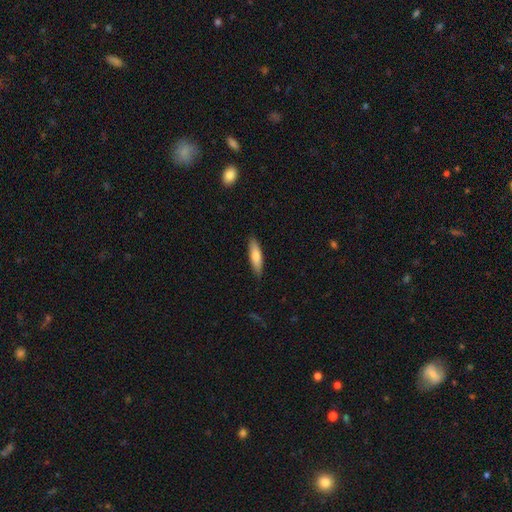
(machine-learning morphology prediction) smooth_or_featured: smooth (p=0.75) [alt: featured or disk p=0.20]
how_rounded: cigar-shaped (p=0.67) [alt: in between p=0.32]
merging: none (p=0.88) [alt: minor disturbance p=0.09]